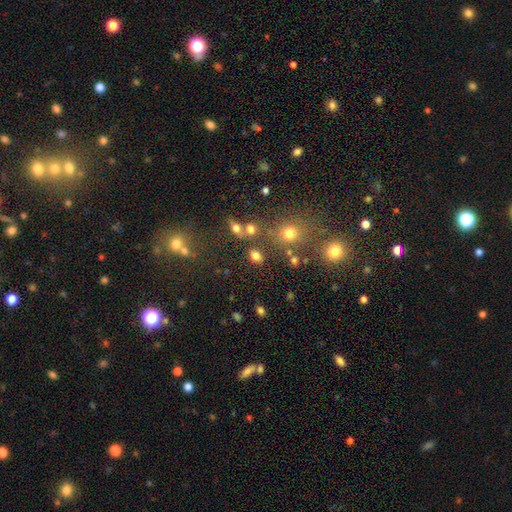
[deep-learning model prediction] Morphology: type=smooth (74%); roundness=in between (71%); merging=none (69%).